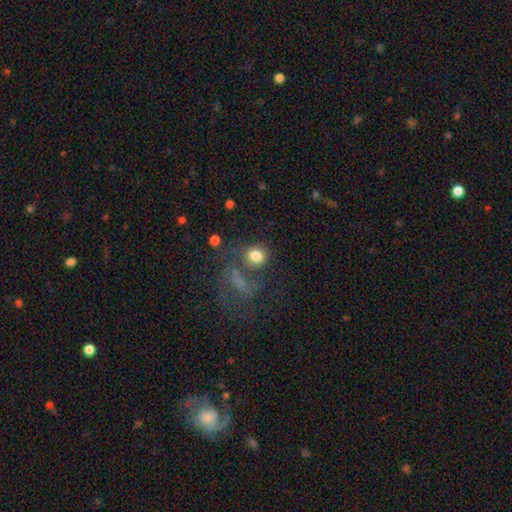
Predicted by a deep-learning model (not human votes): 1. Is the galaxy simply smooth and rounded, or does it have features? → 78% smooth, 12% star or artifact, 10% featured or disk.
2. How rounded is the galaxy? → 71% round, 28% in between, 1% cigar-shaped.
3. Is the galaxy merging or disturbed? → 54% none, 16% merger, 15% minor disturbance, 15% major disturbance.